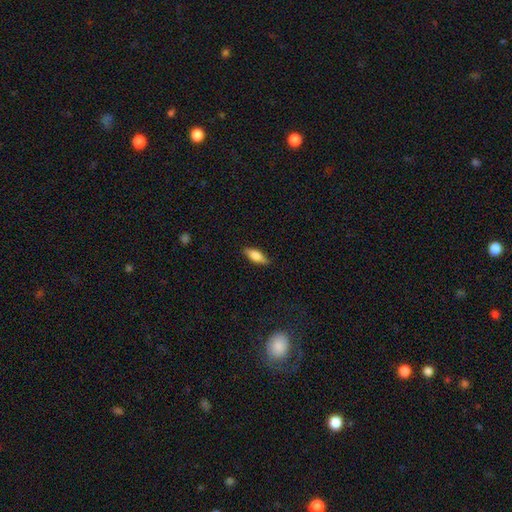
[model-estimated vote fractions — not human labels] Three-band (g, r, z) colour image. It shows a smooth galaxy with no disk features (72%) that is in between round and cigar-shaped (63%). Merging: none (86%).